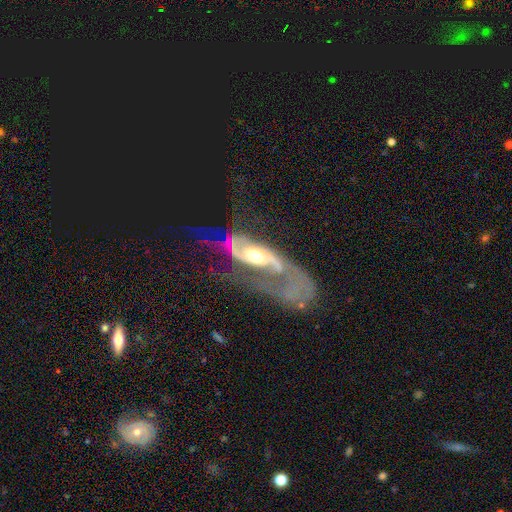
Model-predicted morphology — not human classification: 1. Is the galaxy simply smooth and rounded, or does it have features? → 83% featured or disk, 11% smooth, 6% star or artifact.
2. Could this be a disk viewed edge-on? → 92% no, 8% yes.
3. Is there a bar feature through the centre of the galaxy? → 51% no, 32% weak, 17% strong.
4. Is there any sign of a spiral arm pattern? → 85% yes, 15% no.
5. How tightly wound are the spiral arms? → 44% loose, 37% medium, 19% tight.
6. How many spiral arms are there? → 51% 2, 31% 1, 12% can't tell, 3% 3, 2% 4, 2% more than 4.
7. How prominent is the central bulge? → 66% moderate, 17% small, 14% large, 2% dominant, 1% none.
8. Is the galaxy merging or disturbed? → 59% major disturbance, 21% none, 12% minor disturbance, 8% merger.